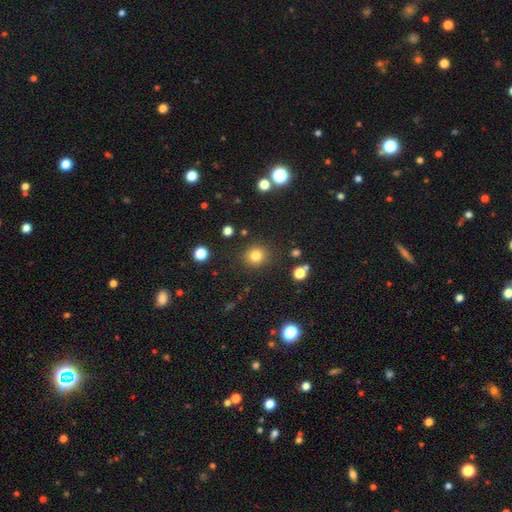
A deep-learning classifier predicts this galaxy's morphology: This is clearly a smooth galaxy (81%). How rounded: clearly round (88%). Merging: clearly none (87%).